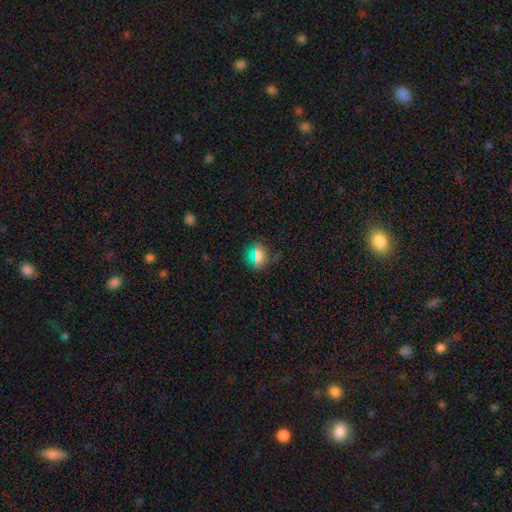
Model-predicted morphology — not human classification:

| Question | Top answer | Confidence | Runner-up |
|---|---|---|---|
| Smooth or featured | smooth | 69% | star or artifact (22%) |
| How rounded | round | 77% | in between (20%) |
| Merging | none | 84% | minor disturbance (10%) |